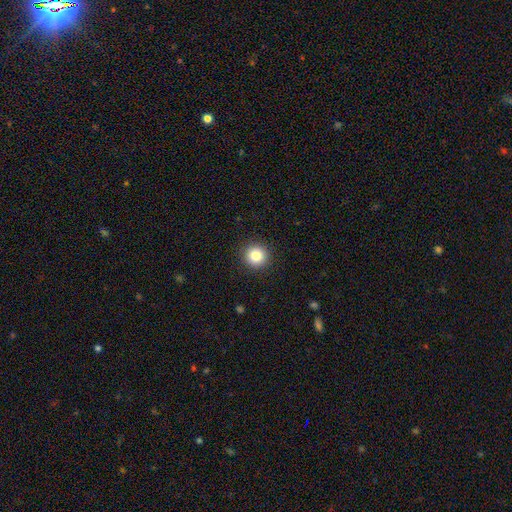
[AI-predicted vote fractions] This is clearly a smooth galaxy (84%). How rounded: clearly round (94%). Merging: clearly none (92%).